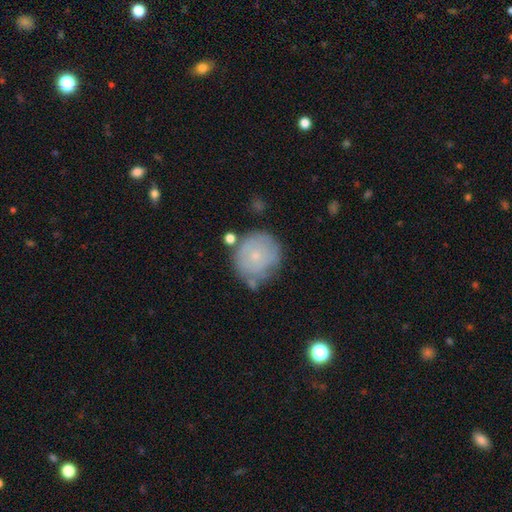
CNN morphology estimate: This appears to be a smooth galaxy with no disk features (52%) that is round (88%). Merging: none (66%).